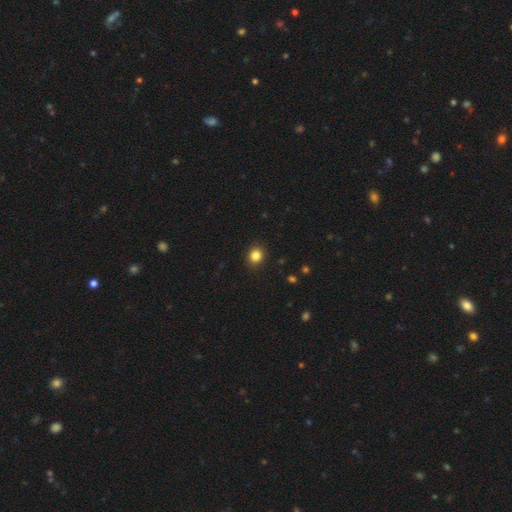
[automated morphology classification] This is clearly a smooth galaxy (84%). How rounded: likely round (77%). Merging: clearly none (91%).